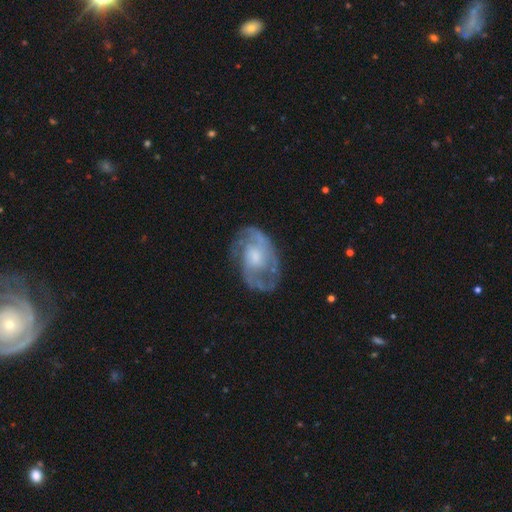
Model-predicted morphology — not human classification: Smooth or featured? featured or disk (82%)
Edge-on disk? no (97%)
Bar? no (60%)
Spiral arms? yes (90%)
Spiral winding? medium (45%)
Spiral arm count? 2 (53%)
Bulge size? moderate (47%)
Merging? none (67%)